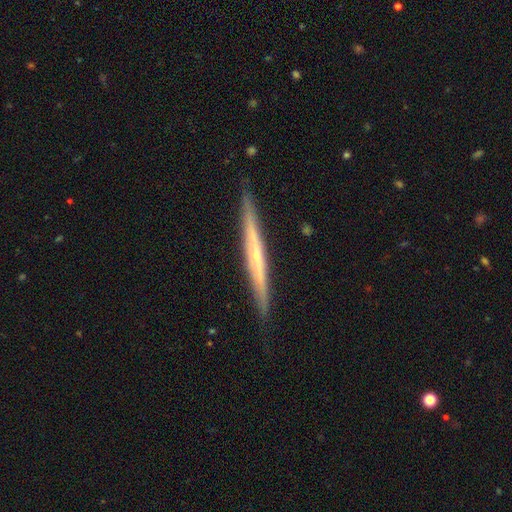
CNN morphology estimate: This is likely a featured or disk galaxy (71%). It is clearly viewed edge-on (97%). Edge-on bulge: possibly rounded (53%). Merging: clearly none (89%).